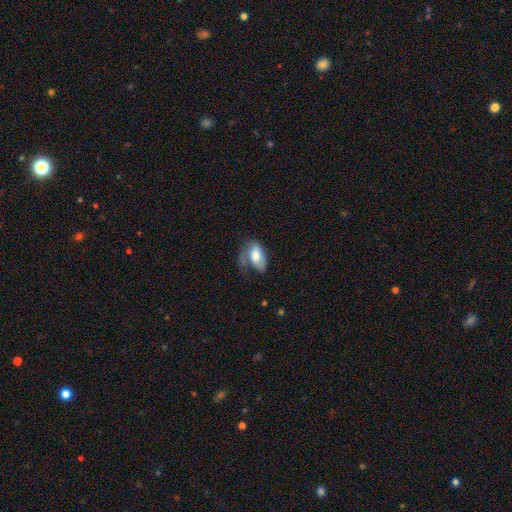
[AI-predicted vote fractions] Overall: smooth (65%; featured or disk 28%). How rounded: in between (91%). Merging: major disturbance (34%; minor disturbance 31%).